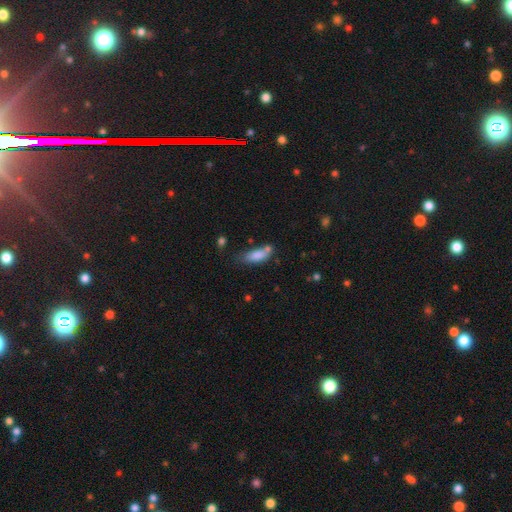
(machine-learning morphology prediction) This appears to be a smooth galaxy with no disk features (75%) that is in between round and cigar-shaped (60%). Merging: none (48%).